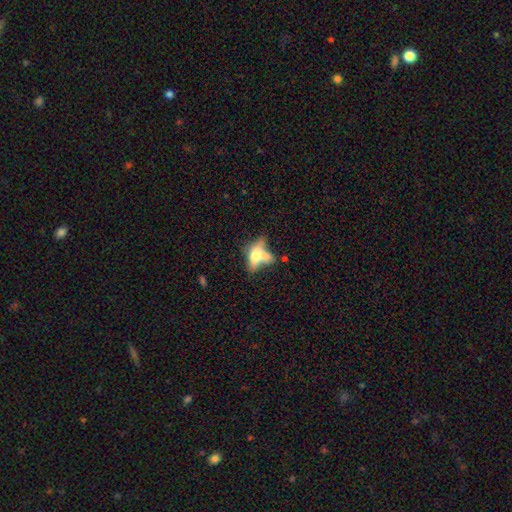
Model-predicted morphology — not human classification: smooth_or_featured: smooth (p=0.55) [alt: featured or disk p=0.36]
how_rounded: in between (p=0.69) [alt: cigar-shaped p=0.24]
merging: merger (p=0.45) [alt: none p=0.27]